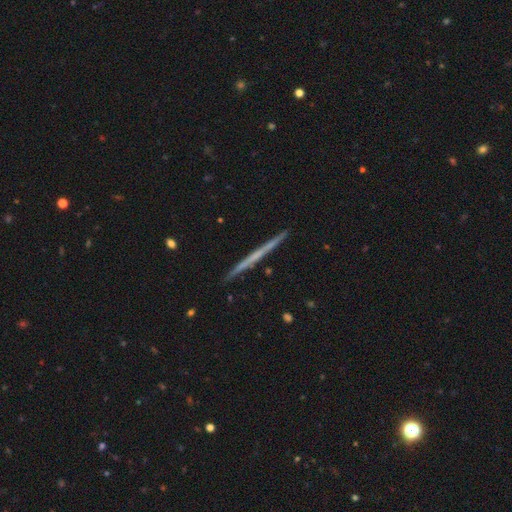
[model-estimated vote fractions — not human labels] This is possibly a featured or disk galaxy (59%). It is clearly viewed edge-on (98%). Edge-on bulge: clearly none (90%). Merging: clearly none (92%).